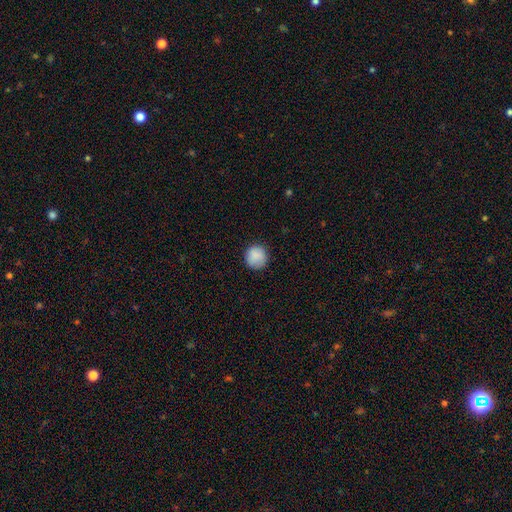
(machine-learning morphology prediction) smooth_or_featured: smooth (p=0.88) [alt: star or artifact p=0.08]
how_rounded: round (p=0.93) [alt: in between p=0.06]
merging: none (p=0.86) [alt: minor disturbance p=0.10]